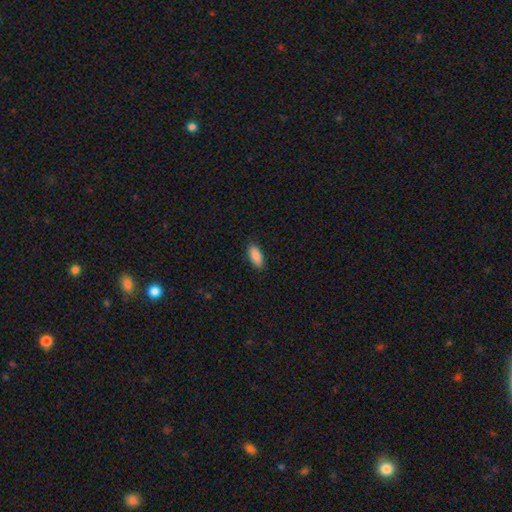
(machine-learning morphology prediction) Smooth or featured? Predicted: smooth (p=0.90). How rounded? Predicted: in between (p=0.86). Merging? Predicted: none (p=0.89).